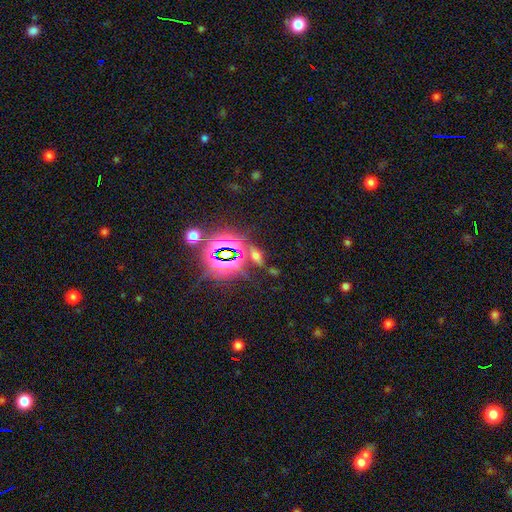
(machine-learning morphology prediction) Smooth or featured? Predicted: star or artifact (p=0.55).